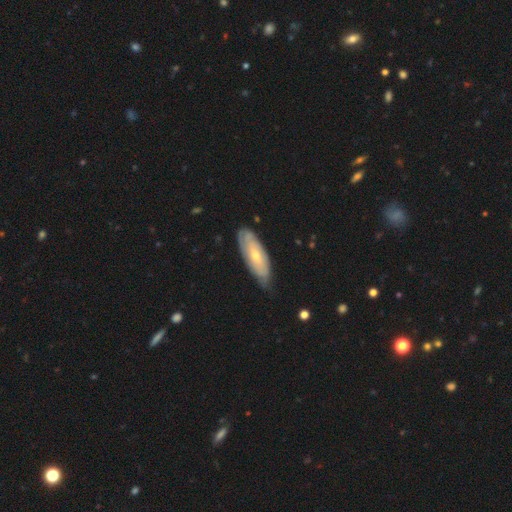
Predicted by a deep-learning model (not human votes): The model was most divided on "smooth or featured": featured or disk: 56%, smooth: 38%, star or artifact: 5%. More confident: edge-on disk — no (80%); merging — none (71%).